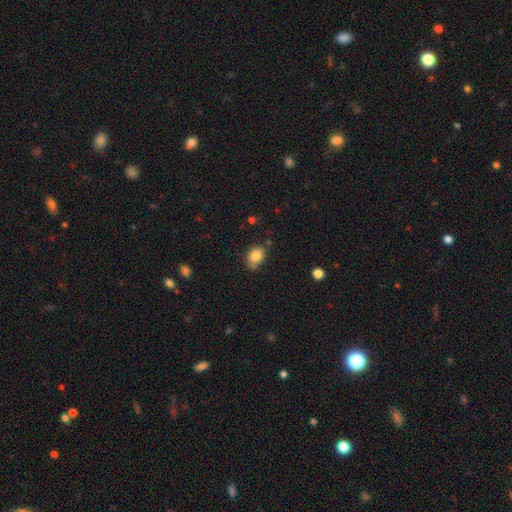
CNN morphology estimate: A smooth galaxy with no disk features (83%) that is in between round and cigar-shaped (60%).

Vote fractions:
- Smooth or featured? smooth: 83% / star or artifact: 9% / featured or disk: 8%
- How rounded? in between: 60% / round: 39% / cigar-shaped: 1%
- Merging? none: 66% / minor disturbance: 23% / merger: 7% / major disturbance: 5%